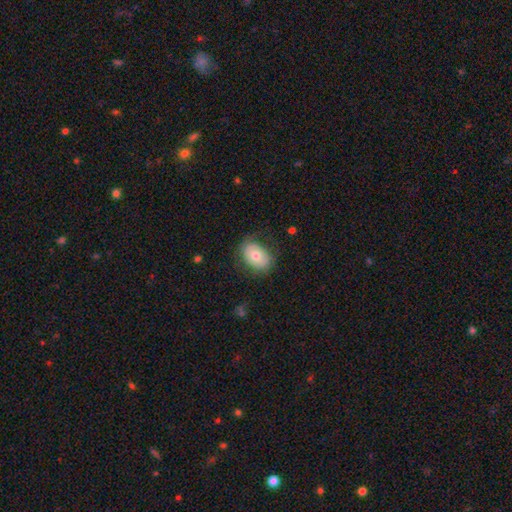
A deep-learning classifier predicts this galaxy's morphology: type=smooth (67%); roundness=in between (78%); merging=none (71%).